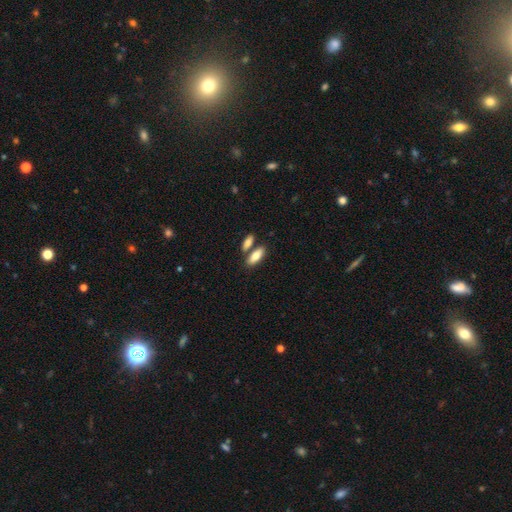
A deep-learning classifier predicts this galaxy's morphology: smooth_or_featured: smooth (p=0.80) [alt: featured or disk p=0.14]
how_rounded: in between (p=0.74) [alt: cigar-shaped p=0.23]
merging: none (p=0.61) [alt: merger p=0.26]